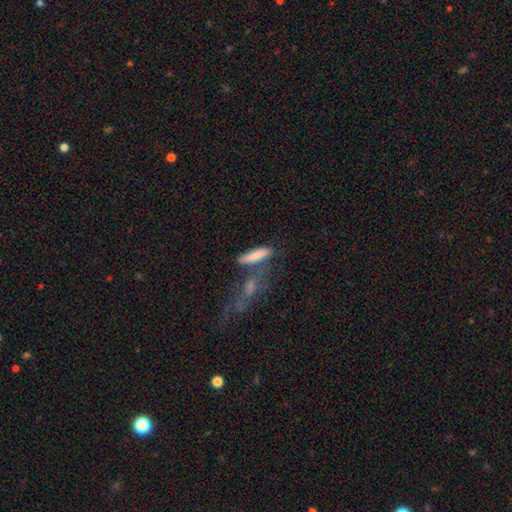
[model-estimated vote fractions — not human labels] This is likely a smooth galaxy (78%). How rounded: likely cigar-shaped (71%). Merging: possibly none (52%).